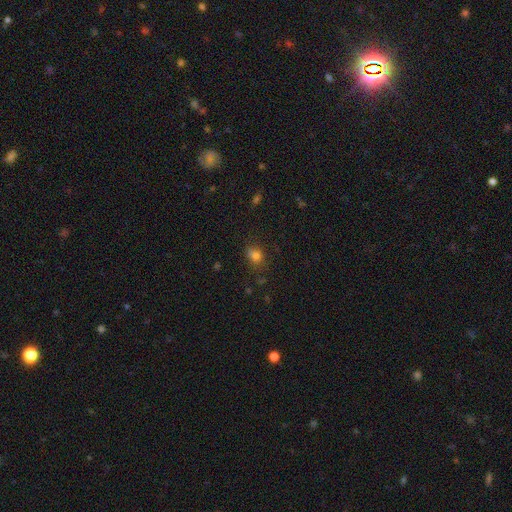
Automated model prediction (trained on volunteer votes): Smooth or featured: smooth — 77% (star or artifact — 15%)
How rounded: round — 52% (in between — 47%)
Merging: none — 69% (minor disturbance — 21%)